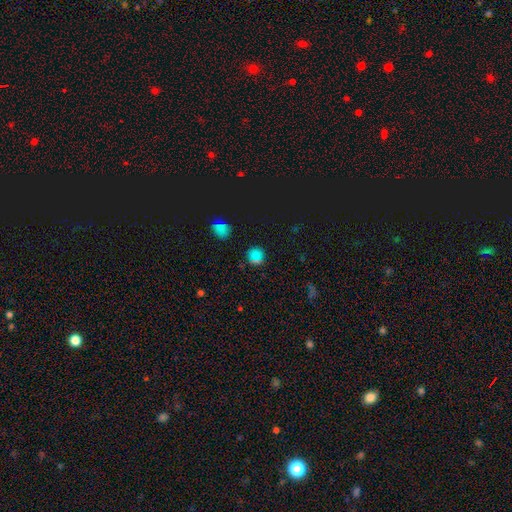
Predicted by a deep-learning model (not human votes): smooth-or-featured: smooth: 63% | star or artifact: 32% | featured or disk: 6%
  how-rounded: round: 91% | in between: 8% | cigar-shaped: 1%
  merging: none: 83% | minor disturbance: 10% | merger: 4% | major disturbance: 3%